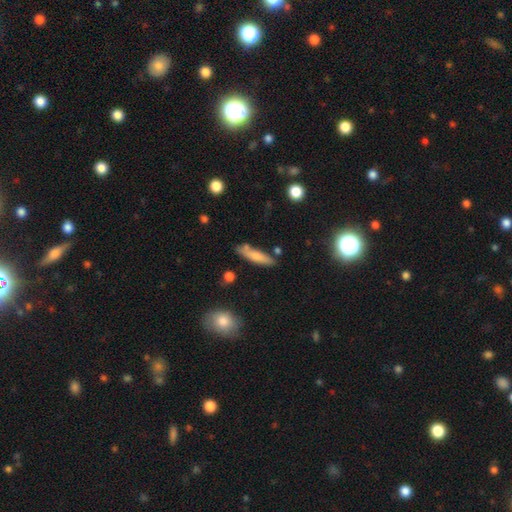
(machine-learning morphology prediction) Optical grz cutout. It shows a smooth galaxy with no disk features (72%) that is cigar-shaped (73%). Merging: none (73%).